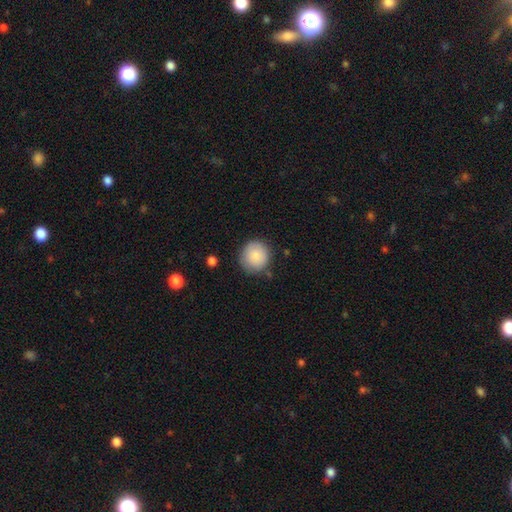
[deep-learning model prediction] Overall: smooth (86%). How rounded: round (92%). Merging: none (82%).